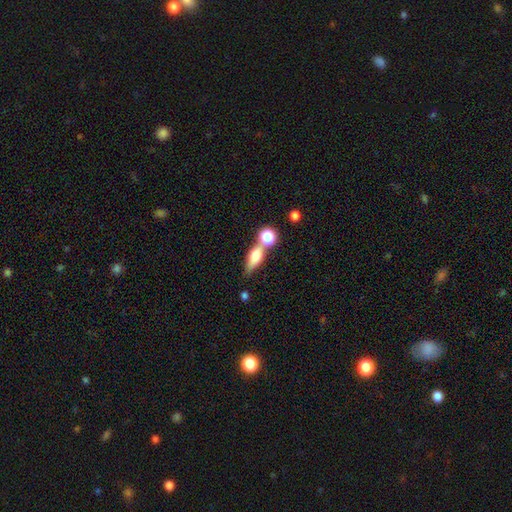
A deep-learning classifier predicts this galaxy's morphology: This is likely a smooth galaxy (65%). How rounded: possibly in between (60%). Merging: marginally none (45%).